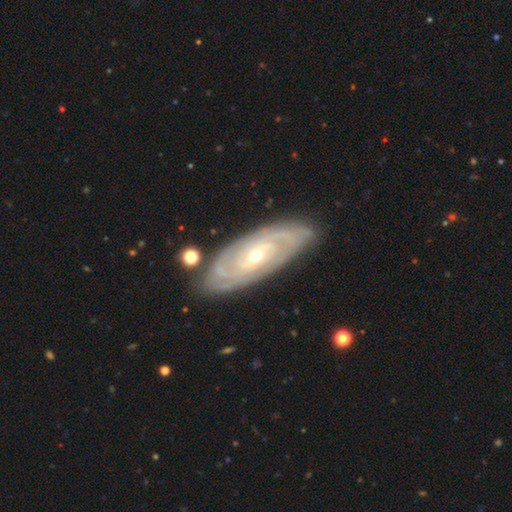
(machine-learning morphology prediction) A featured or disk galaxy (86%) with no bar (65%), tight (76%) spiral arms (93%) and a small central bulge (60%). Merging: none (84%).